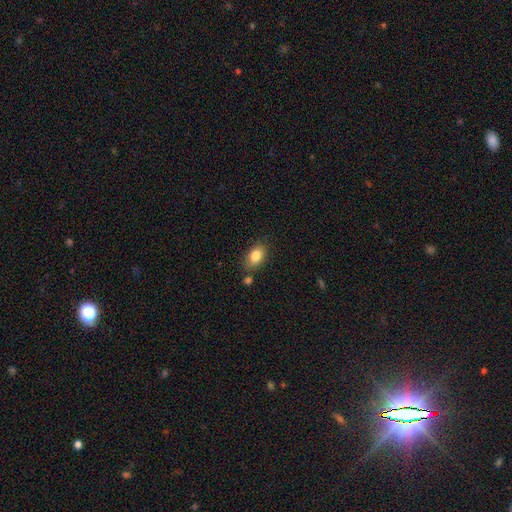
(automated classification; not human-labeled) Smooth or featured?
  - smooth: 84% *
  - star or artifact: 8%
  - featured or disk: 8%
How rounded?
  - in between: 86% *
  - round: 12%
  - cigar-shaped: 2%
Merging?
  - none: 76% *
  - minor disturbance: 14%
  - merger: 7%
  - major disturbance: 3%